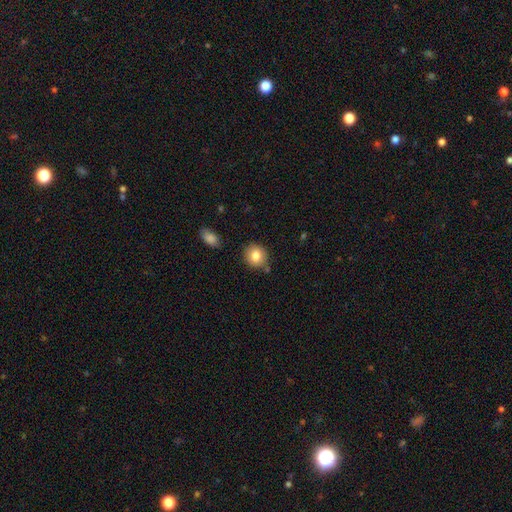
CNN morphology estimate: Q: Smooth or featured?
A: smooth (82%); runner-up: featured or disk (9%)
Q: How rounded?
A: round (79%); runner-up: in between (20%)
Q: Merging?
A: none (81%); runner-up: minor disturbance (11%)